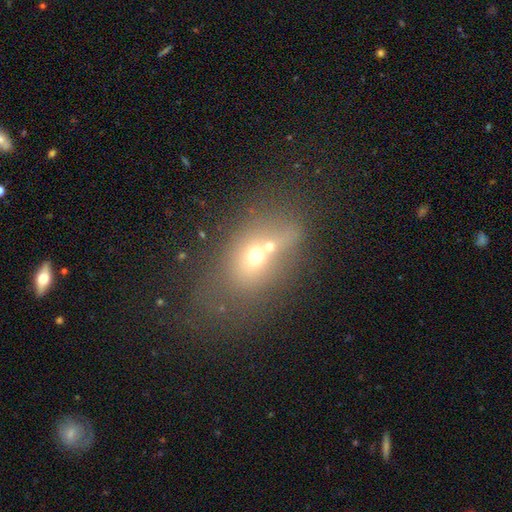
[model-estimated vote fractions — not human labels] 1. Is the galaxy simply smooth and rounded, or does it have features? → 54% smooth, 28% featured or disk, 19% star or artifact.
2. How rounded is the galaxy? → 62% in between, 34% round, 3% cigar-shaped.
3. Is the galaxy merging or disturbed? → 53% merger, 27% none, 11% minor disturbance, 9% major disturbance.